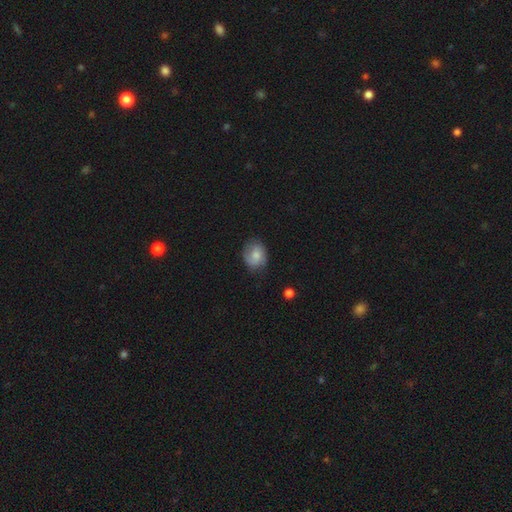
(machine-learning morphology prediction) smooth_or_featured: smooth (p=0.62) [alt: featured or disk p=0.31]
how_rounded: round (p=0.50) [alt: in between p=0.49]
merging: none (p=0.70) [alt: minor disturbance p=0.23]